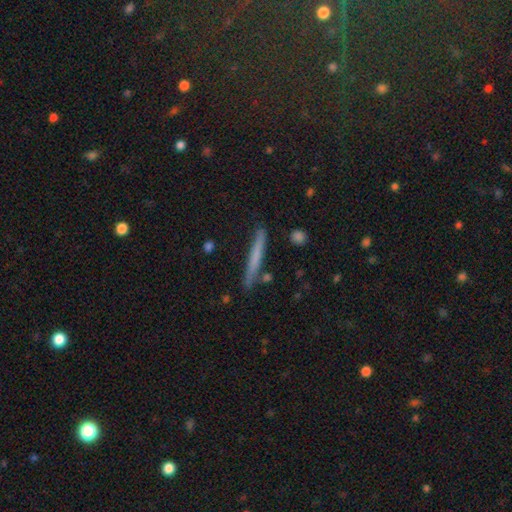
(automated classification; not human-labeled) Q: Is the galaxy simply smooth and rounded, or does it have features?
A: smooth — 58%.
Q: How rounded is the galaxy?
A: cigar-shaped — 96%.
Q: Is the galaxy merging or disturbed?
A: none — 85%.